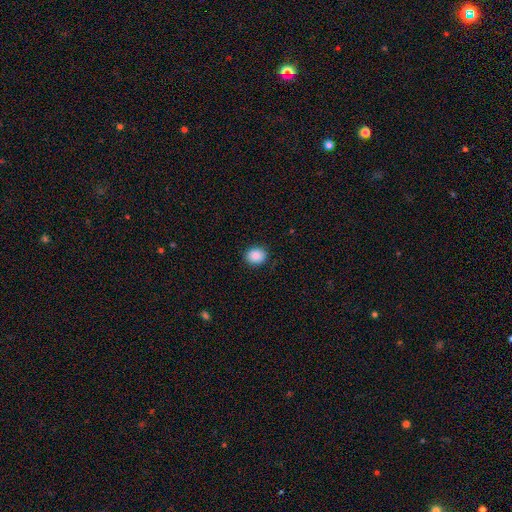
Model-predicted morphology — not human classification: The model was most divided on "how rounded": round: 60%, in between: 39%, cigar-shaped: 1%. More confident: merging — none (90%); smooth or featured — smooth (89%).